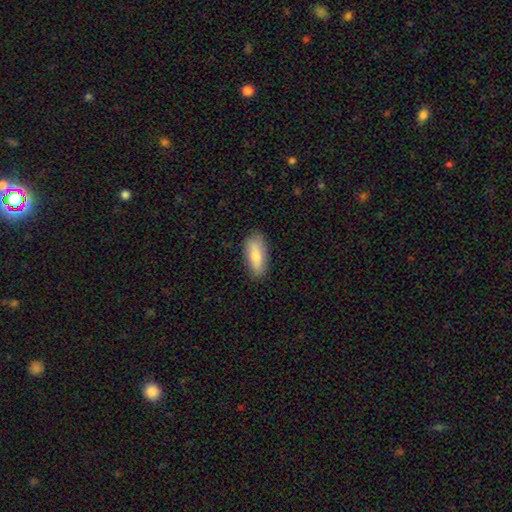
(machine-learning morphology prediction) This is likely a smooth galaxy (74%). How rounded: likely in between (70%). Merging: clearly none (82%).